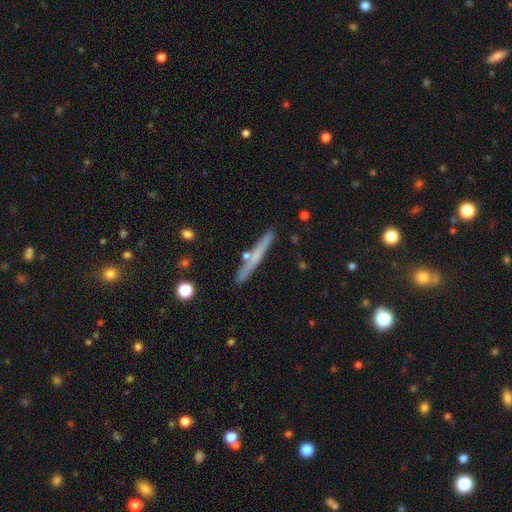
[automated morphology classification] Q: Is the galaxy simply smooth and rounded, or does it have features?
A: smooth — 51%.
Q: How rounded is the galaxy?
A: cigar-shaped — 96%.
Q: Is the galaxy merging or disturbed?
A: none — 85%.